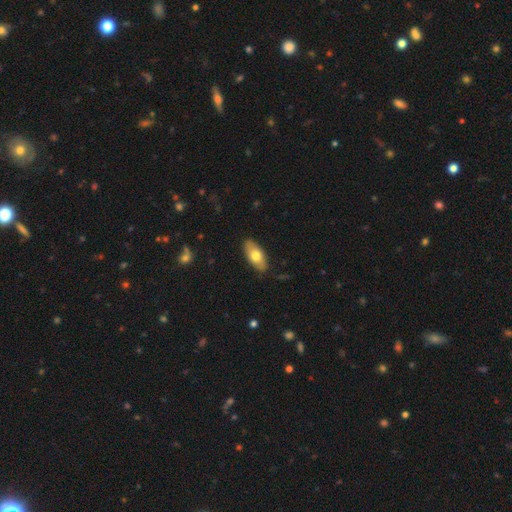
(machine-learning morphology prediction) Q: Smooth or featured?
A: smooth (70%); runner-up: featured or disk (24%)
Q: How rounded?
A: in between (89%); runner-up: cigar-shaped (8%)
Q: Merging?
A: none (85%); runner-up: minor disturbance (12%)